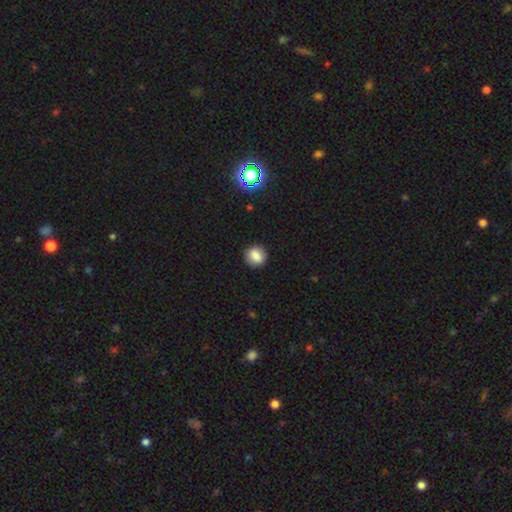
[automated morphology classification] smooth_or_featured: smooth (p=0.84) [alt: star or artifact p=0.11]
how_rounded: round (p=0.84) [alt: in between p=0.15]
merging: none (p=0.89) [alt: minor disturbance p=0.08]